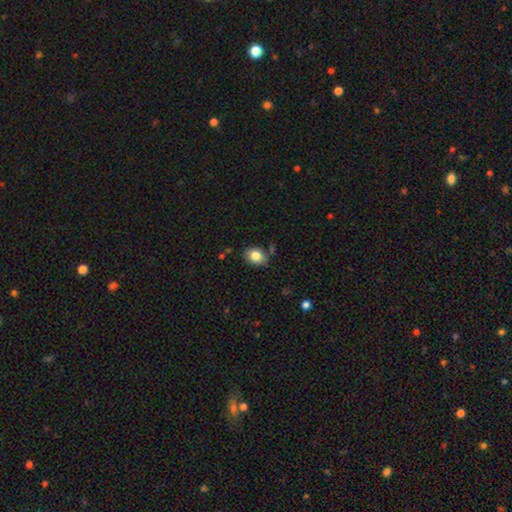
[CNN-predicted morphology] Overall: smooth (84%). How rounded: in between (66%; round 33%). Merging: none (80%).